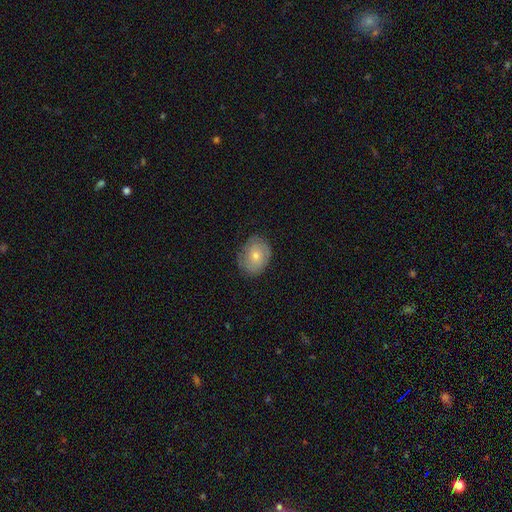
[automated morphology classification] Smooth or featured? smooth (55%)
How rounded? round (53%)
Merging? none (76%)